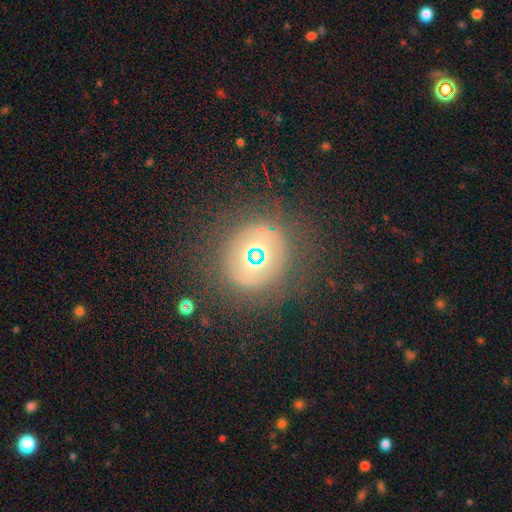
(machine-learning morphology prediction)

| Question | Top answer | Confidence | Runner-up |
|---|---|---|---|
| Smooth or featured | smooth | 40% | star or artifact (32%) |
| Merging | none | 81% | minor disturbance (11%) |